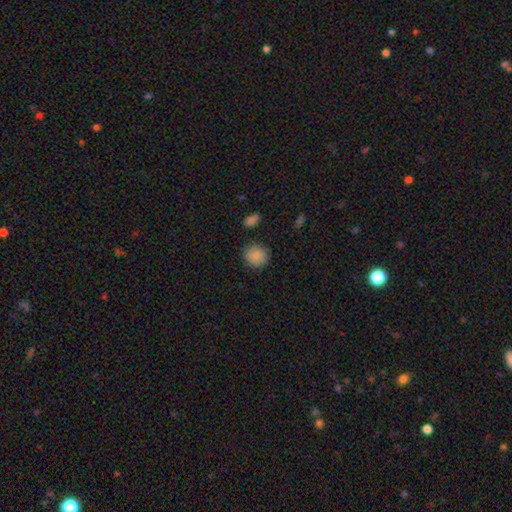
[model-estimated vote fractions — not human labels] Q: Smooth or featured?
A: smooth (87%); runner-up: star or artifact (9%)
Q: How rounded?
A: round (84%); runner-up: in between (15%)
Q: Merging?
A: none (83%); runner-up: minor disturbance (11%)